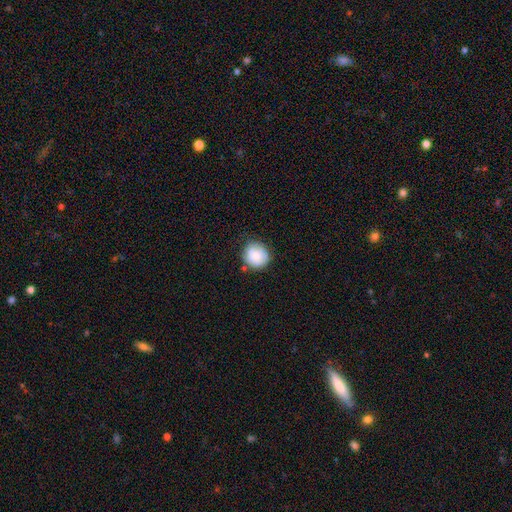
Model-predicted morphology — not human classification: A smooth galaxy with no disk features (76%) that is round (84%). Merging: none (73%).